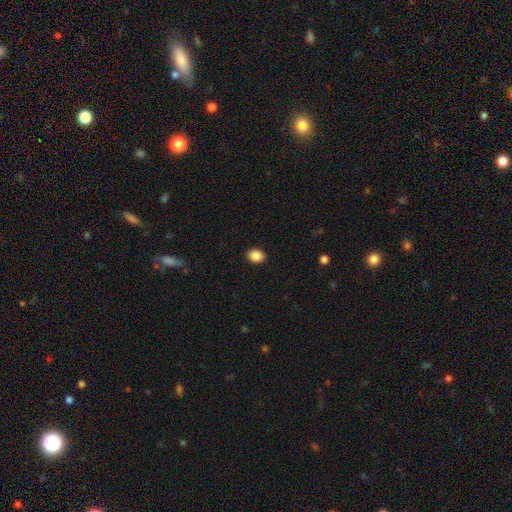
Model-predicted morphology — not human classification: This is clearly a smooth galaxy (88%). How rounded: likely in between (64%). Merging: clearly none (90%).